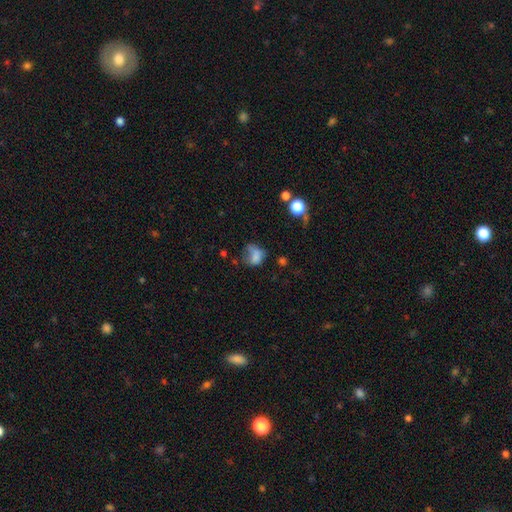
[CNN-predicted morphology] Q: Smooth or featured?
A: smooth (68%); runner-up: featured or disk (18%)
Q: How rounded?
A: in between (59%); runner-up: round (40%)
Q: Merging?
A: major disturbance (37%); runner-up: minor disturbance (27%)